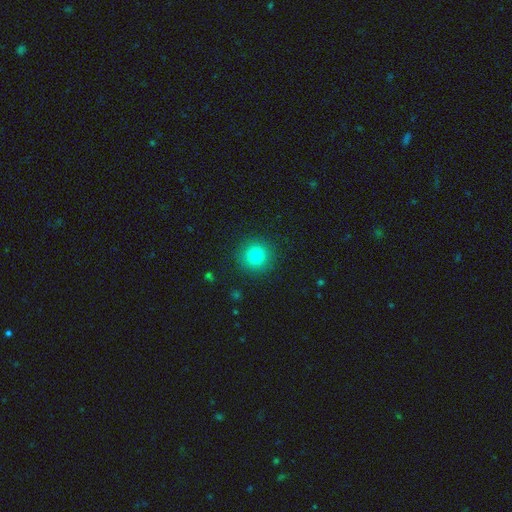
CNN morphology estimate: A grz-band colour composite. It shows a smooth galaxy with no disk features (79%) that is round (95%). Merging: none (91%).